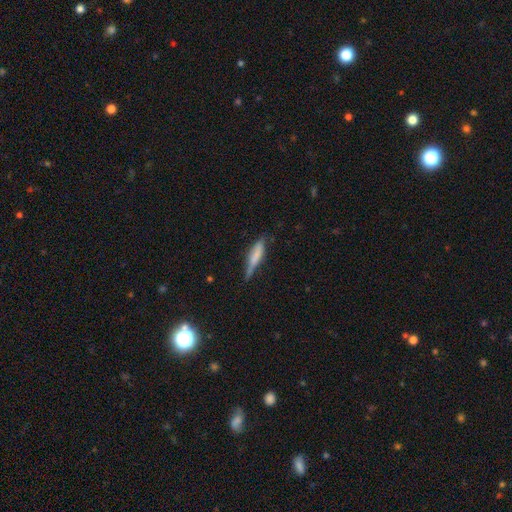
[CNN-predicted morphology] smooth-or-featured: smooth: 62% | featured or disk: 31% | star or artifact: 7%
  how-rounded: cigar-shaped: 78% | in between: 20% | round: 2%
  merging: none: 62% | minor disturbance: 30% | major disturbance: 7% | merger: 2%